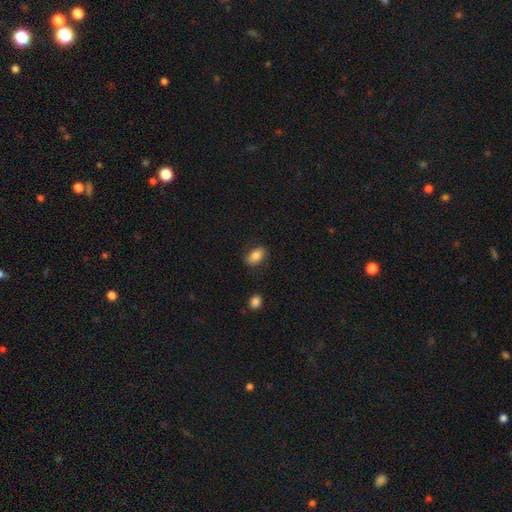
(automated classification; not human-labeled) Smooth or featured?
  - smooth: 82% *
  - featured or disk: 10%
  - star or artifact: 8%
How rounded?
  - in between: 89% *
  - round: 9%
  - cigar-shaped: 2%
Merging?
  - none: 84% *
  - minor disturbance: 12%
  - major disturbance: 3%
  - merger: 2%